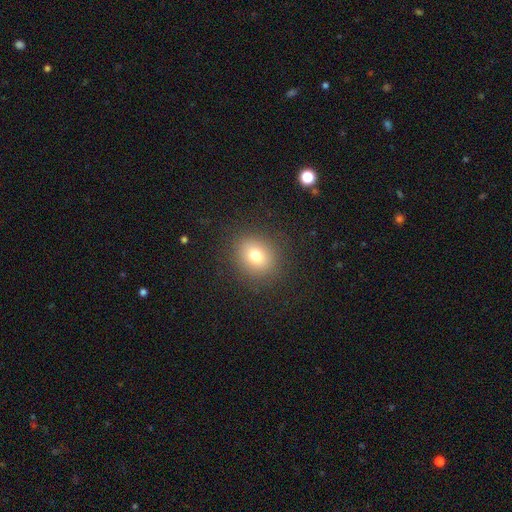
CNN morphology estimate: Smooth or featured? Predicted: smooth (p=0.76). How rounded? Predicted: round (p=0.75). Merging? Predicted: none (p=0.88).